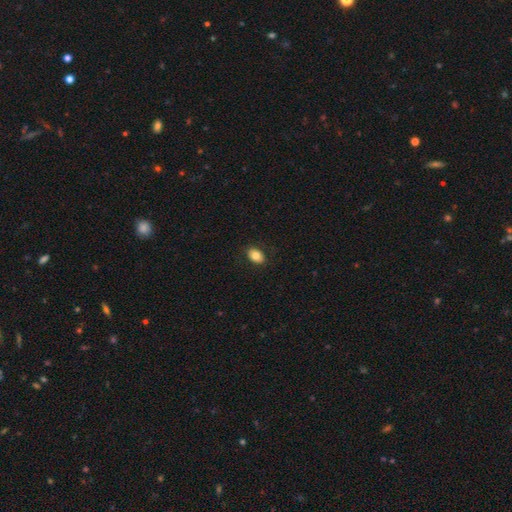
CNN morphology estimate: Overall: smooth (81%). How rounded: in between (83%). Merging: none (88%).